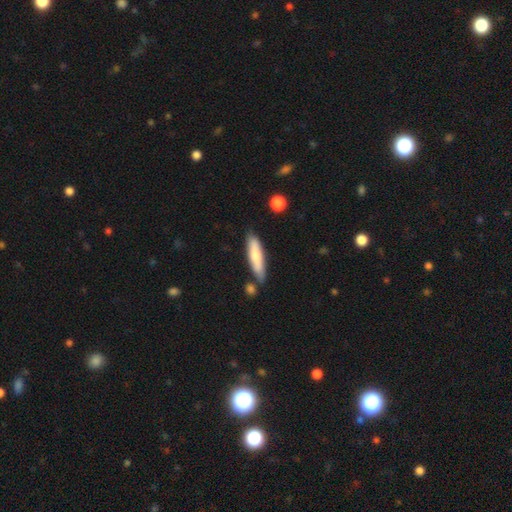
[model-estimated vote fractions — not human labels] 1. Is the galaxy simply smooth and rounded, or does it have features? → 69% smooth, 26% featured or disk, 5% star or artifact.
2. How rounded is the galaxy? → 77% cigar-shaped, 22% in between, 1% round.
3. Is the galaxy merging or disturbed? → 73% none, 16% minor disturbance, 8% merger, 3% major disturbance.